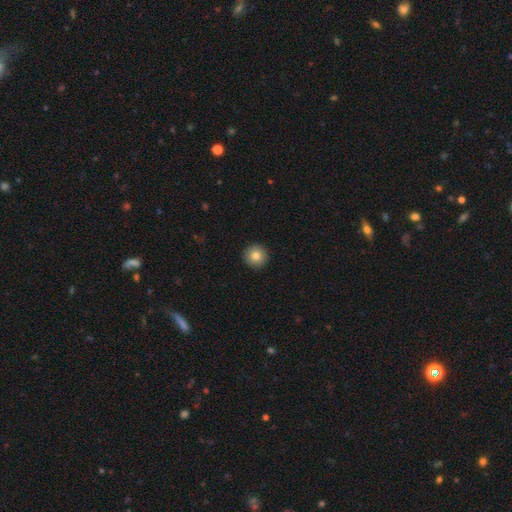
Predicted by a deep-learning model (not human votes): smooth_or_featured: smooth (p=0.82) [alt: star or artifact p=0.09]
how_rounded: round (p=0.96) [alt: in between p=0.03]
merging: none (p=0.93) [alt: minor disturbance p=0.05]